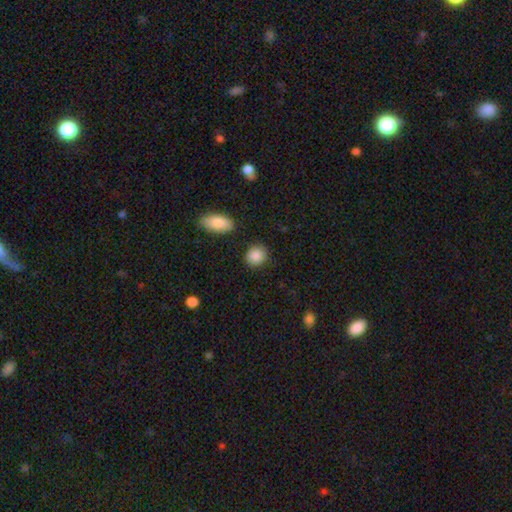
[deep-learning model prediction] smooth_or_featured: smooth (p=0.89) [alt: star or artifact p=0.07]
how_rounded: round (p=0.71) [alt: in between p=0.28]
merging: none (p=0.85) [alt: minor disturbance p=0.09]